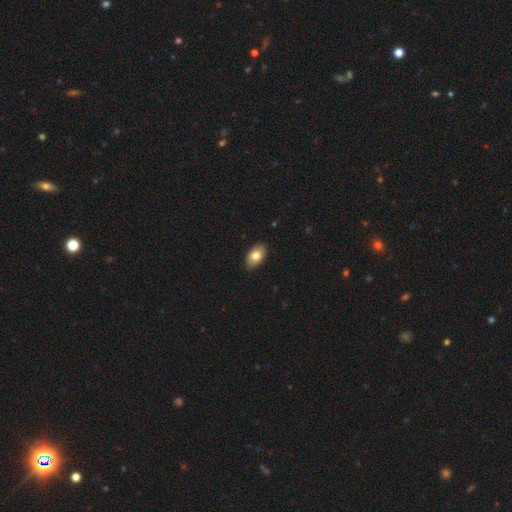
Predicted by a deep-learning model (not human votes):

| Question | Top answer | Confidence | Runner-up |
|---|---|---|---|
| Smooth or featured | smooth | 78% | featured or disk (15%) |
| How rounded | in between | 92% | round (7%) |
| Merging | none | 88% | minor disturbance (10%) |